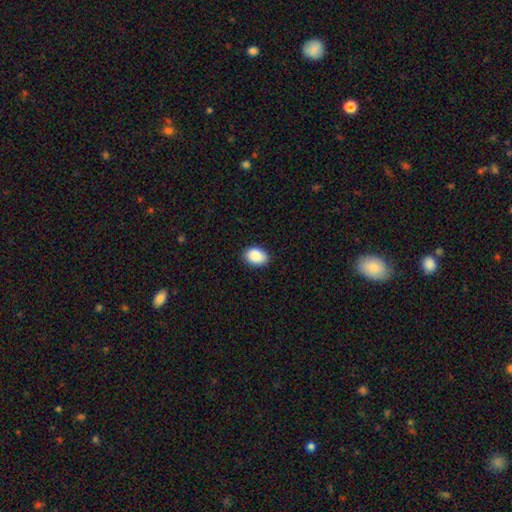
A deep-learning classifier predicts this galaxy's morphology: Q: Smooth or featured?
A: smooth (90%); runner-up: star or artifact (7%)
Q: How rounded?
A: in between (78%); runner-up: round (21%)
Q: Merging?
A: none (86%); runner-up: minor disturbance (11%)